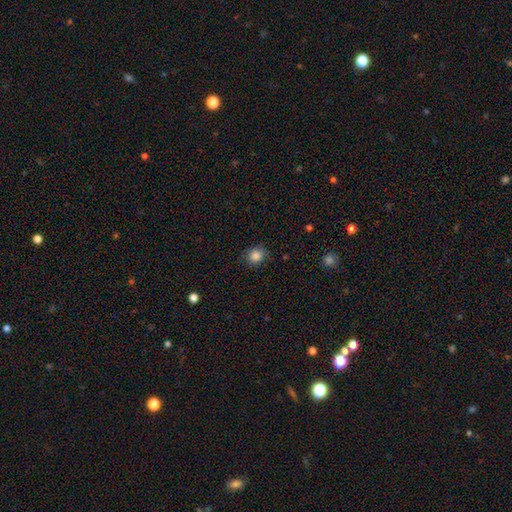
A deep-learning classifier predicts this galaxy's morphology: Q: Smooth or featured?
A: smooth (85%); runner-up: star or artifact (10%)
Q: How rounded?
A: round (69%); runner-up: in between (30%)
Q: Merging?
A: none (81%); runner-up: minor disturbance (14%)